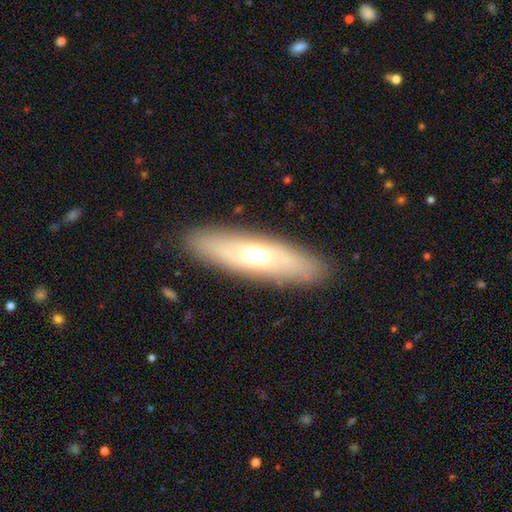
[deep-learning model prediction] Morphology: type=smooth (55%); roundness=cigar-shaped (53%); merging=none (87%).